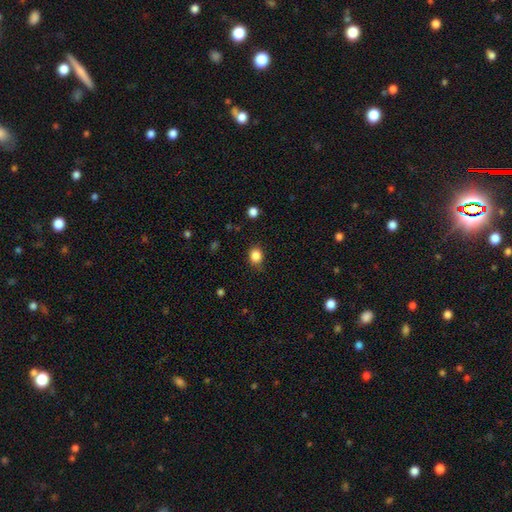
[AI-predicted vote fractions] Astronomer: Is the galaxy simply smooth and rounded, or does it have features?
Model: smooth — 86%.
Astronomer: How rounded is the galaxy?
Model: round — 62%.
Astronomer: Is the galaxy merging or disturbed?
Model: none — 81%.